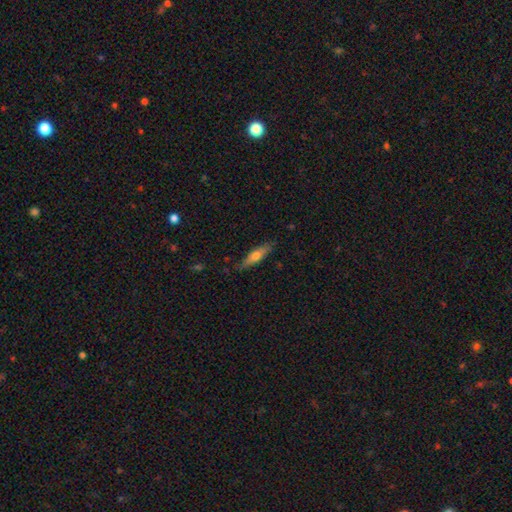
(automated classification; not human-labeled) The model was most divided on "smooth or featured": smooth: 55%, featured or disk: 38%, star or artifact: 6%. More confident: merging — none (83%); how rounded — cigar-shaped (73%).